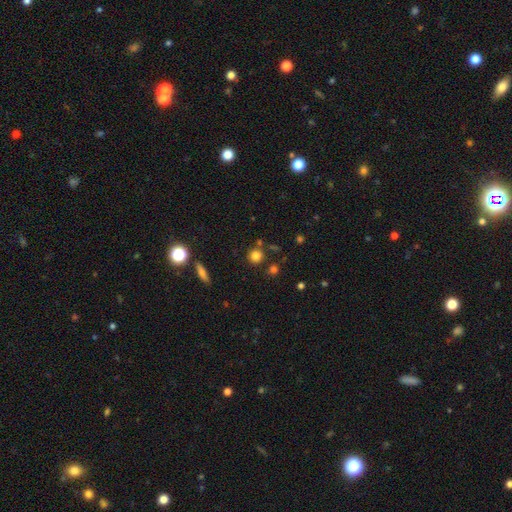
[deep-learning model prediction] Overall: smooth (80%). How rounded: round (90%). Merging: none (80%).